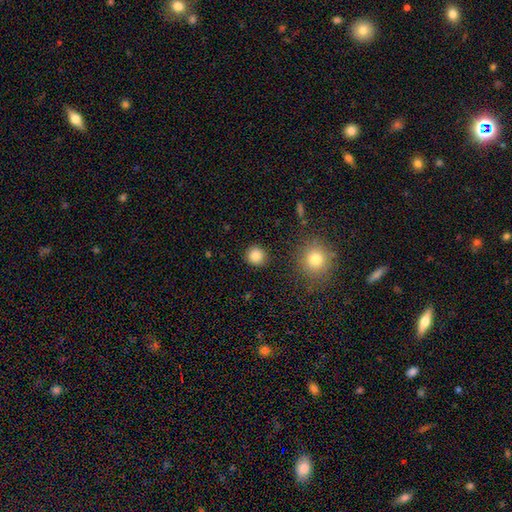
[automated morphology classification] Smooth or featured? Predicted: smooth (p=0.86). How rounded? Predicted: round (p=0.93). Merging? Predicted: none (p=0.90).